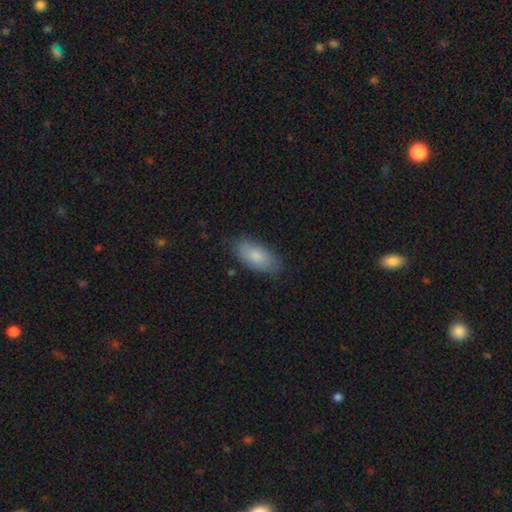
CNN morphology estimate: smooth_or_featured: smooth (p=0.82) [alt: featured or disk p=0.12]
how_rounded: in between (p=0.90) [alt: cigar-shaped p=0.07]
merging: none (p=0.79) [alt: minor disturbance p=0.16]